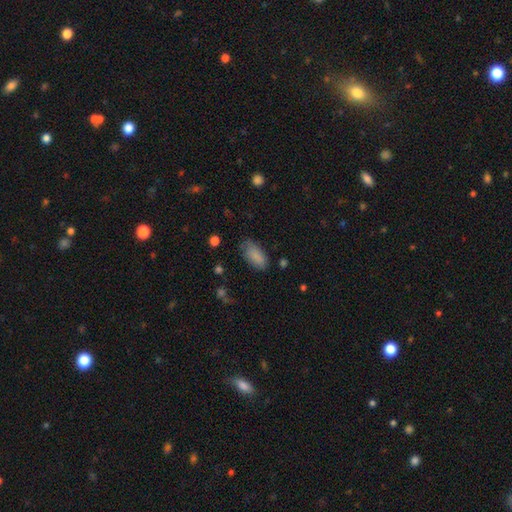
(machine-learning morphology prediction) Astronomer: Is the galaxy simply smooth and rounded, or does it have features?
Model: smooth — 85%.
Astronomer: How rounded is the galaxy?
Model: in between — 91%.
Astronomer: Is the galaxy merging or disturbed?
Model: none — 65%.